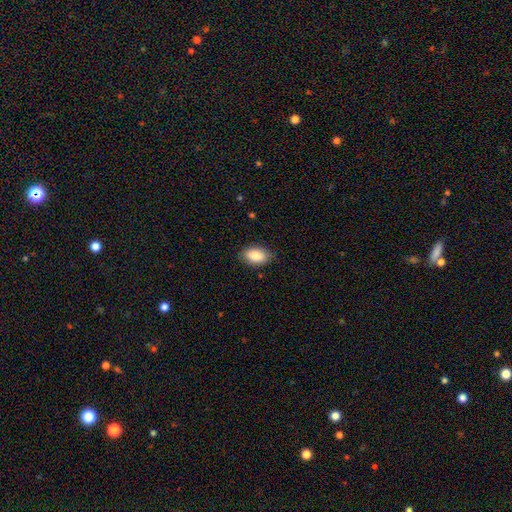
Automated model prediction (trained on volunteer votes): This appears to be a smooth galaxy with no disk features (86%) that is in between round and cigar-shaped (92%). Merging: none (82%).